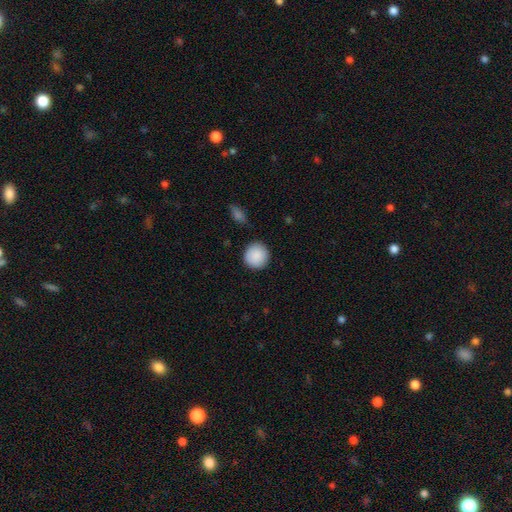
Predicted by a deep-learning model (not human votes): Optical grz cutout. It shows a smooth galaxy with no disk features (89%) that is round (93%). Merging: none (87%).